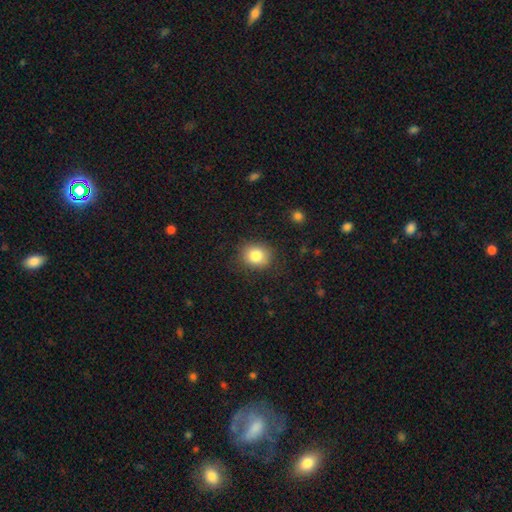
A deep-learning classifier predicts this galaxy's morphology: Smooth or featured?
  - smooth: 83% *
  - star or artifact: 10%
  - featured or disk: 7%
How rounded?
  - round: 68% *
  - in between: 31%
  - cigar-shaped: 1%
Merging?
  - none: 83% *
  - minor disturbance: 12%
  - major disturbance: 4%
  - merger: 1%